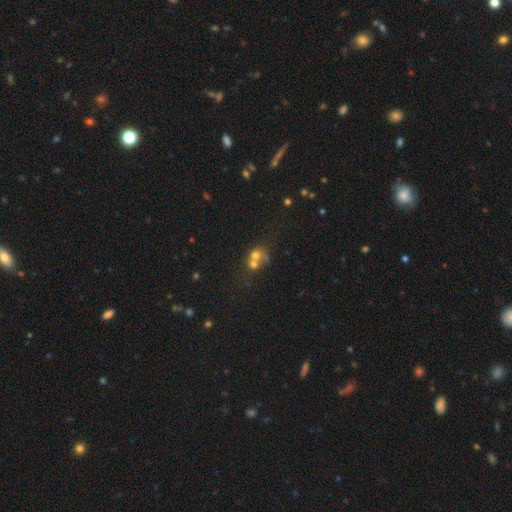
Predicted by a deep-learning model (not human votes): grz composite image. It shows a smooth galaxy with no disk features (60%) that is round (74%). Merging: merger (62%).